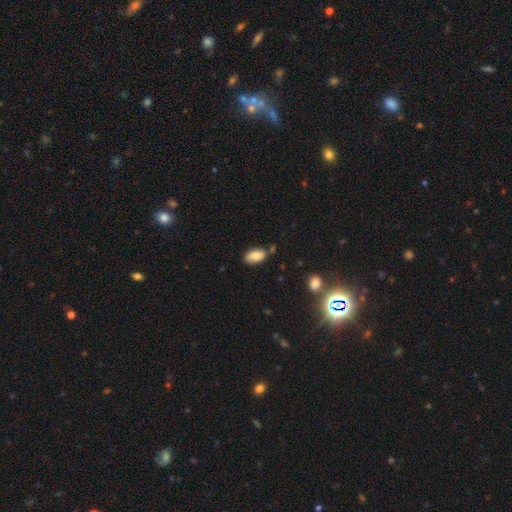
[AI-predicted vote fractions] Smooth or featured?
  - smooth: 82% *
  - featured or disk: 9%
  - star or artifact: 9%
How rounded?
  - in between: 93% *
  - round: 5%
  - cigar-shaped: 2%
Merging?
  - none: 72% *
  - minor disturbance: 19%
  - merger: 6%
  - major disturbance: 4%